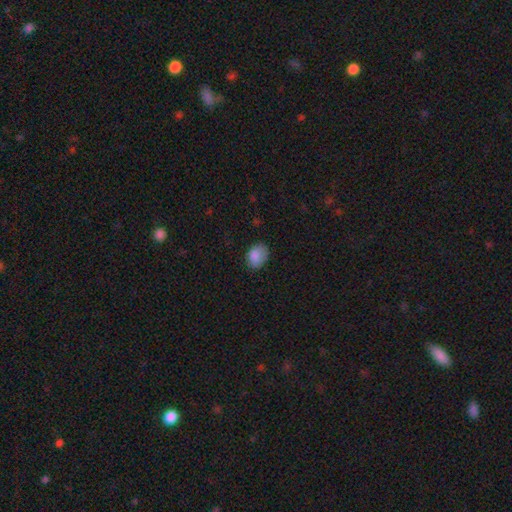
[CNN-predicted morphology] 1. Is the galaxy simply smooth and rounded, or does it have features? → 84% smooth, 9% star or artifact, 7% featured or disk.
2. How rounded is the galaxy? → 69% in between, 30% round, 1% cigar-shaped.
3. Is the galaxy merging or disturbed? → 67% none, 25% minor disturbance, 7% major disturbance, 1% merger.